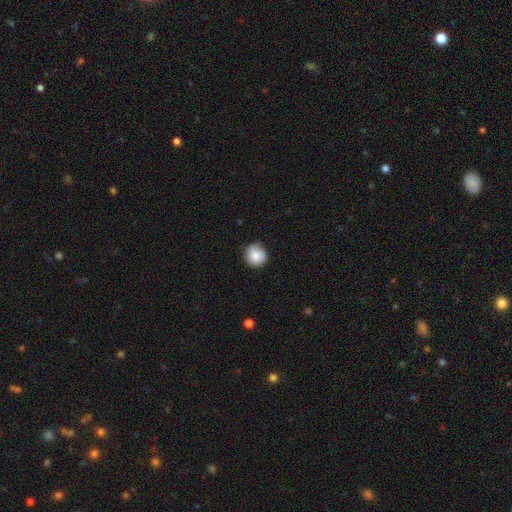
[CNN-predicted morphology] Q: Smooth or featured?
A: smooth (84%); runner-up: featured or disk (8%)
Q: How rounded?
A: round (92%); runner-up: in between (7%)
Q: Merging?
A: none (80%); runner-up: minor disturbance (16%)